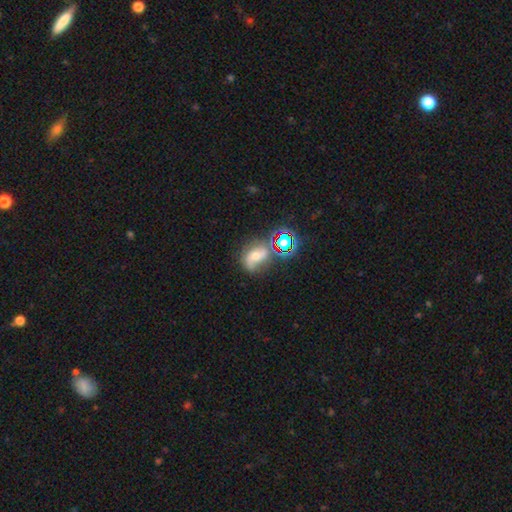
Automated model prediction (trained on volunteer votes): A featured or disk galaxy (49%). Merging: none (49%).